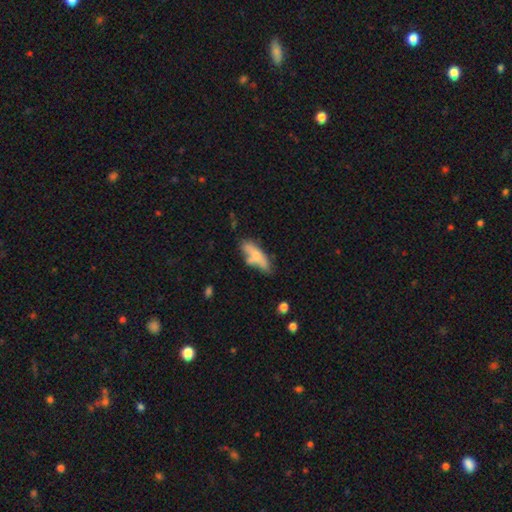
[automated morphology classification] Smooth or featured: smooth — 63% (featured or disk — 30%)
How rounded: in between — 51% (cigar-shaped — 47%)
Merging: none — 47% (minor disturbance — 22%)